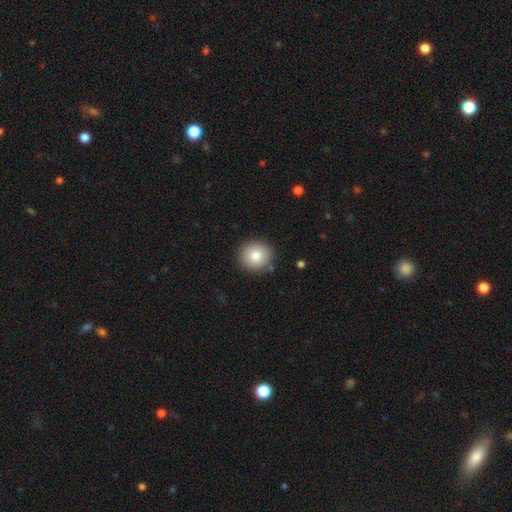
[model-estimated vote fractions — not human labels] smooth_or_featured: smooth (p=0.81) [alt: featured or disk p=0.09]
how_rounded: round (p=0.93) [alt: in between p=0.07]
merging: none (p=0.89) [alt: minor disturbance p=0.07]